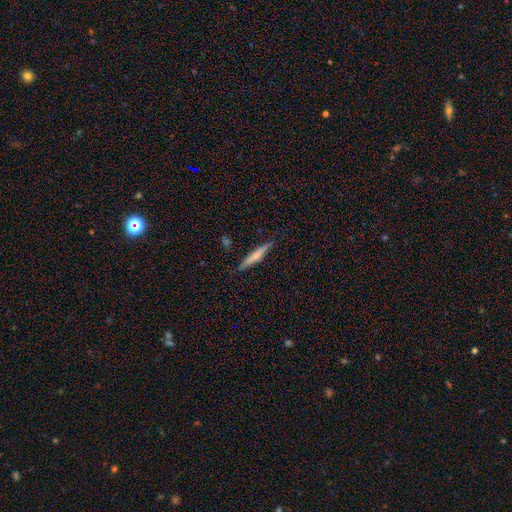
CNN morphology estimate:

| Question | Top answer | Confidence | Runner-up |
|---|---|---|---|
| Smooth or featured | smooth | 57% | featured or disk (37%) |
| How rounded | cigar-shaped | 93% | in between (5%) |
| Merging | none | 86% | minor disturbance (10%) |